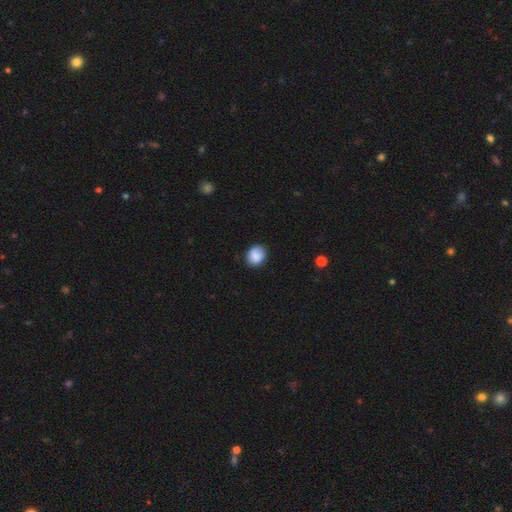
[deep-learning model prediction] Smooth or featured? Predicted: smooth (p=0.88). How rounded? Predicted: round (p=0.65). Merging? Predicted: none (p=0.85).